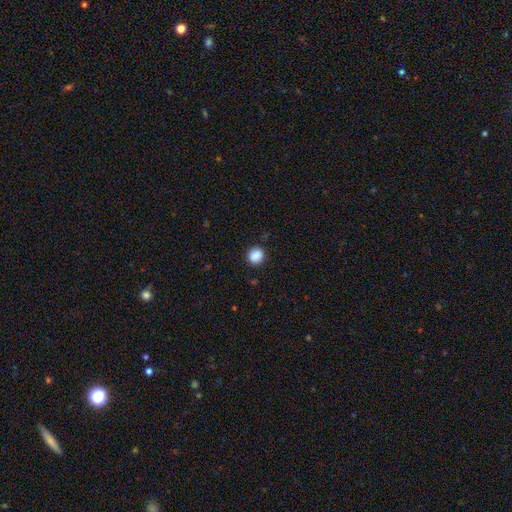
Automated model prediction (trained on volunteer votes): Overall: smooth (88%). How rounded: round (85%). Merging: none (88%).